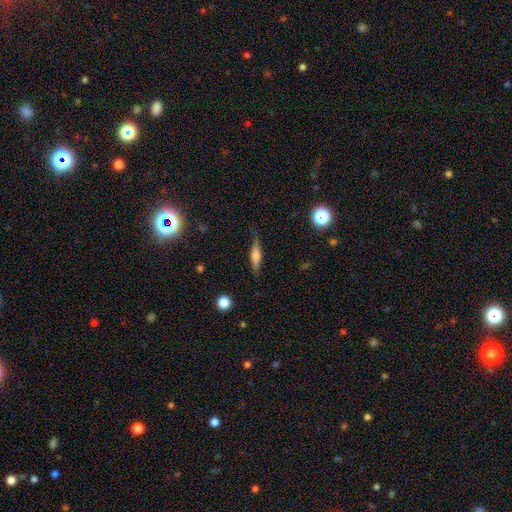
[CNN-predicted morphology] A smooth galaxy with no disk features (55%) that is cigar-shaped (73%). Merging: none (80%).